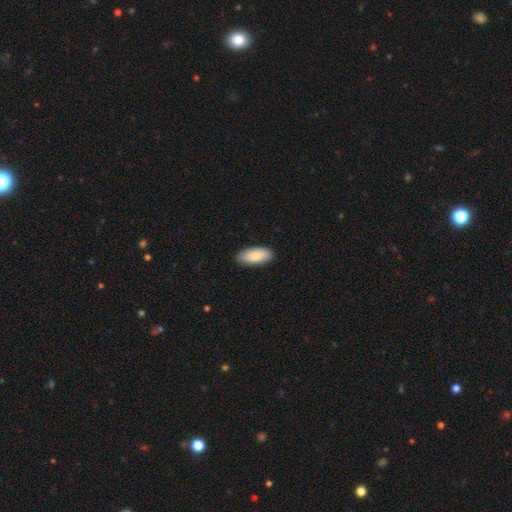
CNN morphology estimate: smooth_or_featured: smooth (p=0.83) [alt: featured or disk p=0.11]
how_rounded: in between (p=0.88) [alt: cigar-shaped p=0.10]
merging: none (p=0.88) [alt: minor disturbance p=0.09]